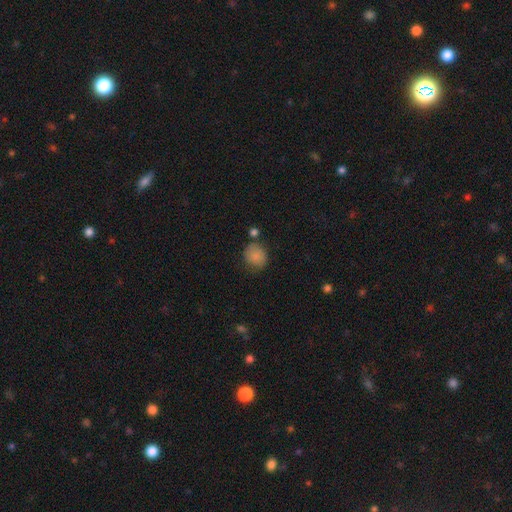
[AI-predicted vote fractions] smooth 84%, star or artifact 9%, featured or disk 6%. Down the decision tree: how rounded — round (73%); merging — none (69%).